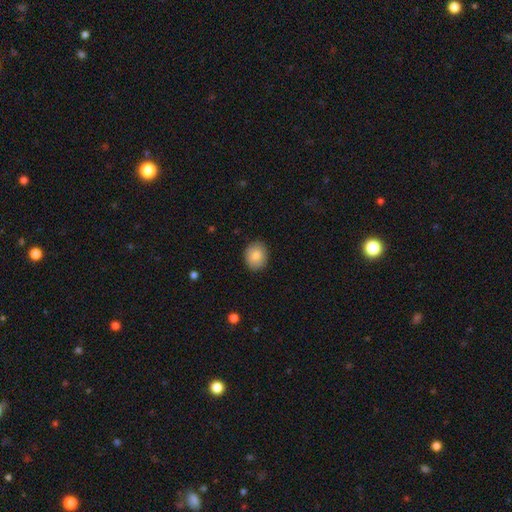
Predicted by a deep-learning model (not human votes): Overall: smooth (82%). How rounded: round (58%; in between 41%). Merging: none (88%).